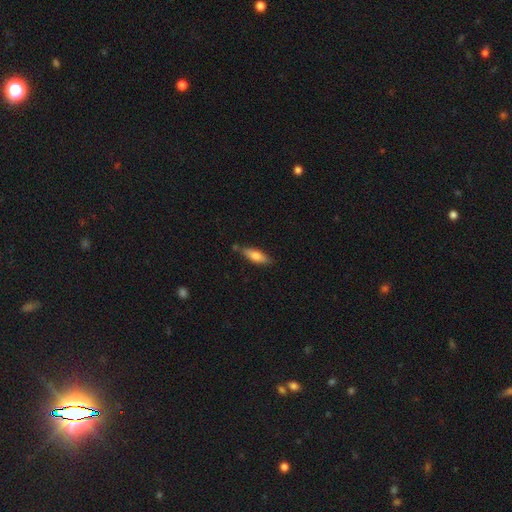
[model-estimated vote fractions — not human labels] This appears to be a smooth galaxy with no disk features (72%) that is in between round and cigar-shaped (52%). Merging: none (74%).